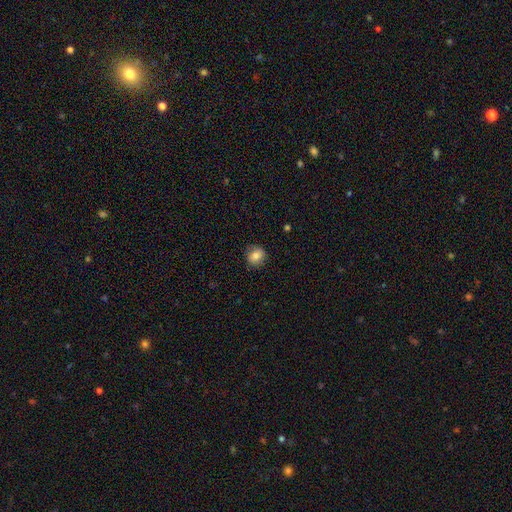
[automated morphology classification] Smooth or featured? Predicted: smooth (p=0.83). How rounded? Predicted: round (p=0.84). Merging? Predicted: none (p=0.86).